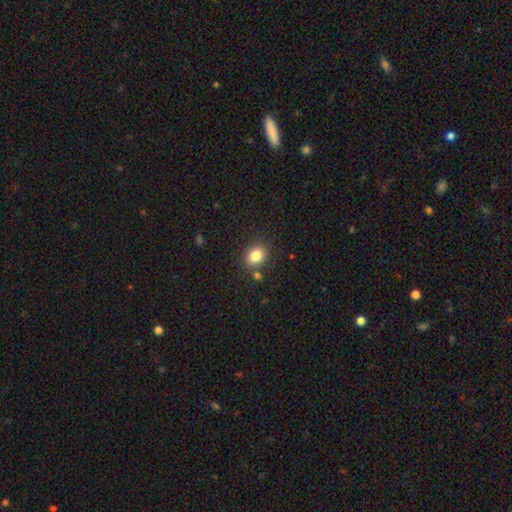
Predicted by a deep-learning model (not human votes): smooth_or_featured: smooth (p=0.84) [alt: star or artifact p=0.10]
how_rounded: in between (p=0.50) [alt: round p=0.49]
merging: none (p=0.79) [alt: minor disturbance p=0.11]